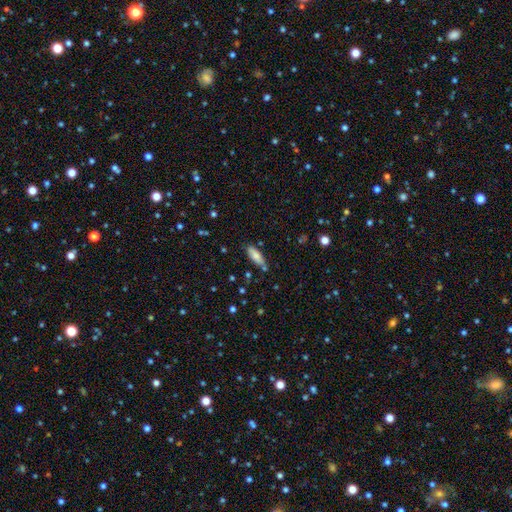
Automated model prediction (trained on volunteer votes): smooth_or_featured: smooth (p=0.81) [alt: featured or disk p=0.11]
how_rounded: in between (p=0.63) [alt: cigar-shaped p=0.35]
merging: none (p=0.75) [alt: minor disturbance p=0.17]